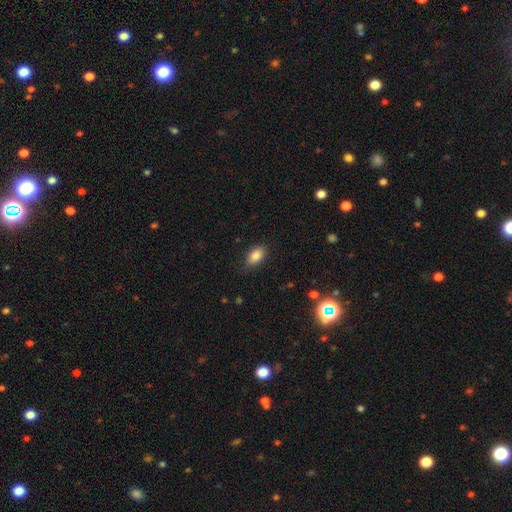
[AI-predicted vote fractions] smooth-or-featured: smooth: 86% | star or artifact: 8% | featured or disk: 6%
  how-rounded: in between: 90% | round: 7% | cigar-shaped: 2%
  merging: none: 84% | minor disturbance: 12% | major disturbance: 3% | merger: 1%